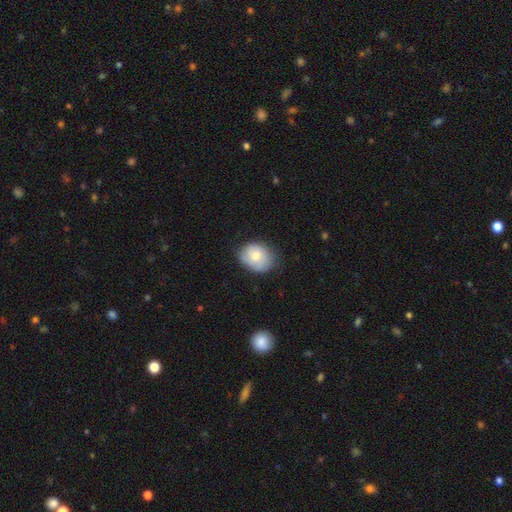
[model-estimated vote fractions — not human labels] Morphology: type=smooth (67%); roundness=in between (51%); merging=none (69%).